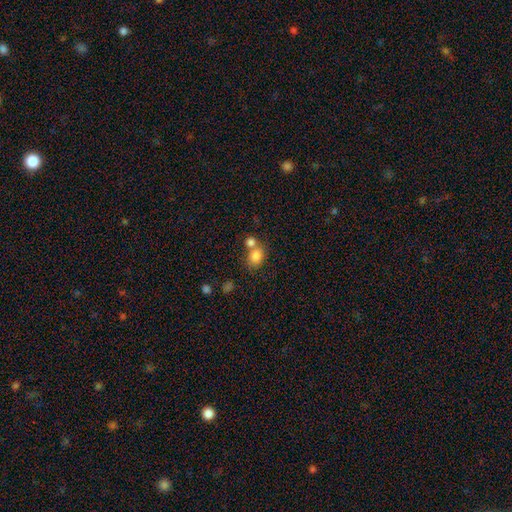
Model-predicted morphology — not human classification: Smooth or featured? smooth (83%)
How rounded? in between (54%)
Merging? none (47%)